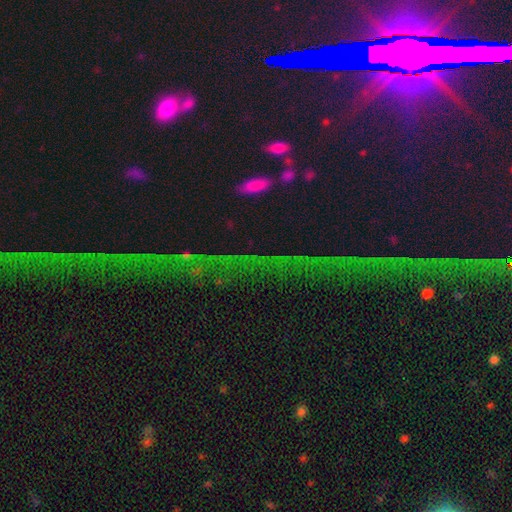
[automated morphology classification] Smooth or featured: star or artifact — 57% (smooth — 24%)